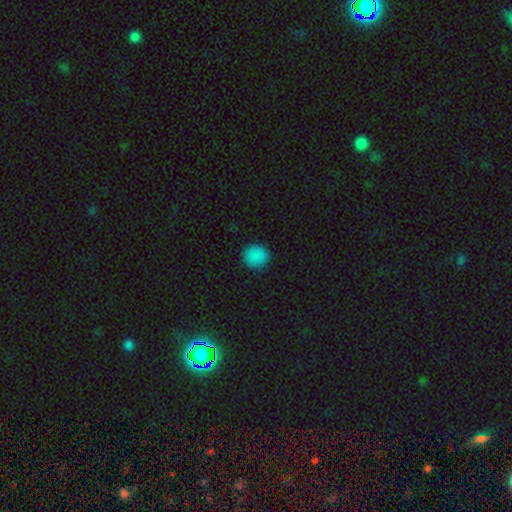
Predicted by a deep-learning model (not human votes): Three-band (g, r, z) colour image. It shows a smooth galaxy with no disk features (87%) that is round (87%). Merging: none (89%).